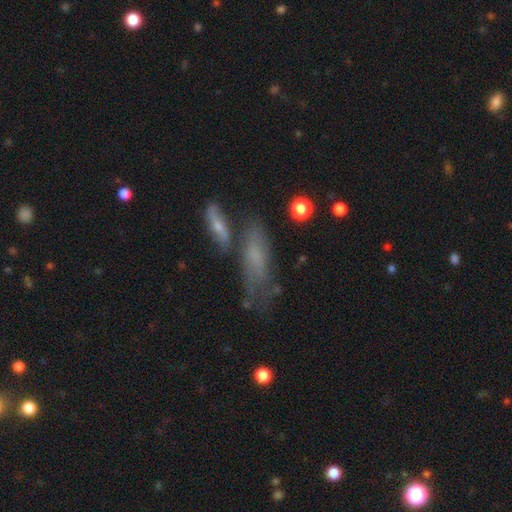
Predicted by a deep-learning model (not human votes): Overall: smooth (49%; featured or disk 39%). Merging: none (44%; minor disturbance 22%).